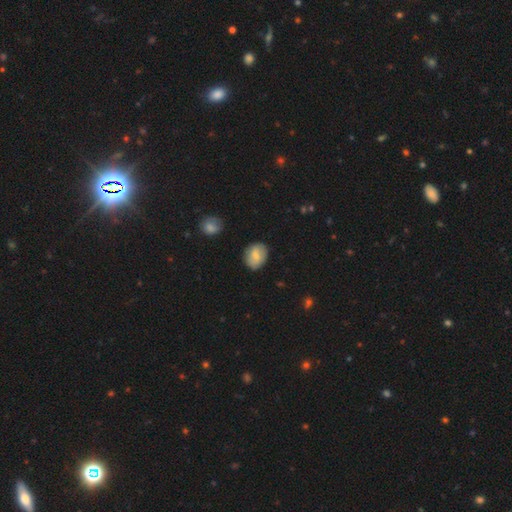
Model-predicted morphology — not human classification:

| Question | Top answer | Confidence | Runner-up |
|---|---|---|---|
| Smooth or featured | smooth | 73% | featured or disk (20%) |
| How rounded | in between | 51% | round (48%) |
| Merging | none | 81% | minor disturbance (14%) |